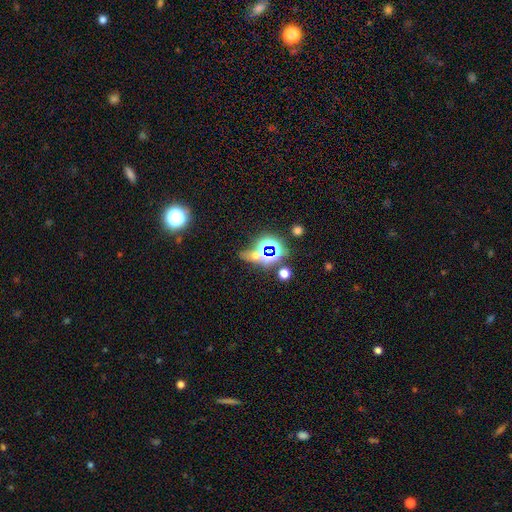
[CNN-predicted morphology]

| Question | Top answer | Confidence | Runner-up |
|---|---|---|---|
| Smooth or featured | star or artifact | 57% | smooth (31%) |